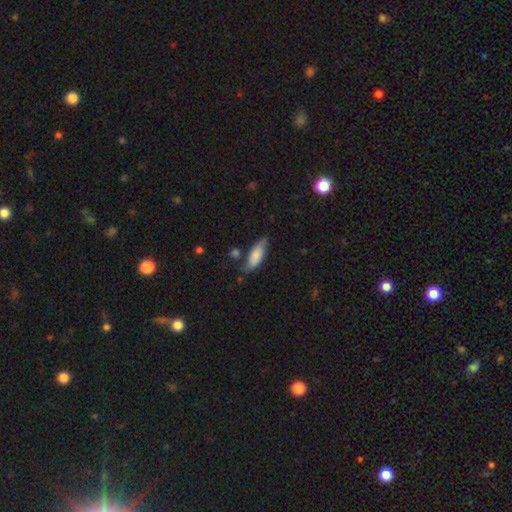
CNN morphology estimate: The model was most divided on "how rounded": in between: 68%, cigar-shaped: 30%, round: 2%. More confident: smooth or featured — smooth (75%); merging — none (64%).